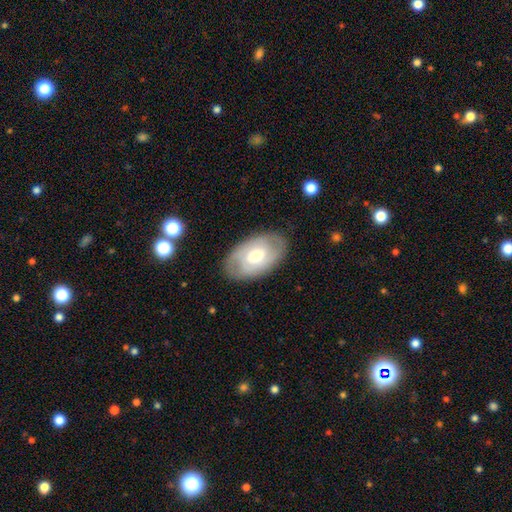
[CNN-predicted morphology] smooth-or-featured: featured or disk: 54% | smooth: 40% | star or artifact: 6%
  disk-edge-on: no: 92% | yes: 8%
  merging: none: 81% | minor disturbance: 13% | major disturbance: 4% | merger: 1%